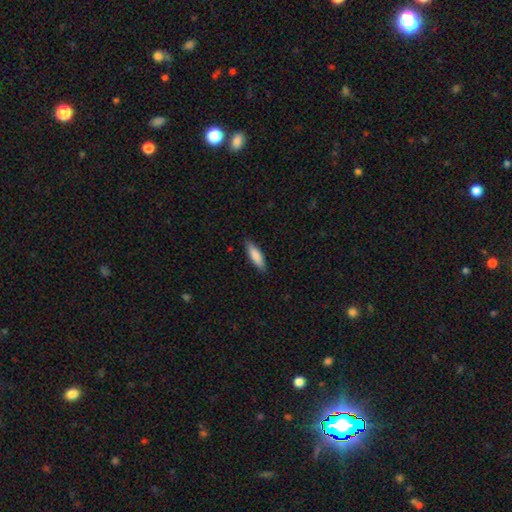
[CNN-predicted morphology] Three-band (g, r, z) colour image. It shows a smooth galaxy with no disk features (83%) that is cigar-shaped (61%). Merging: none (86%).